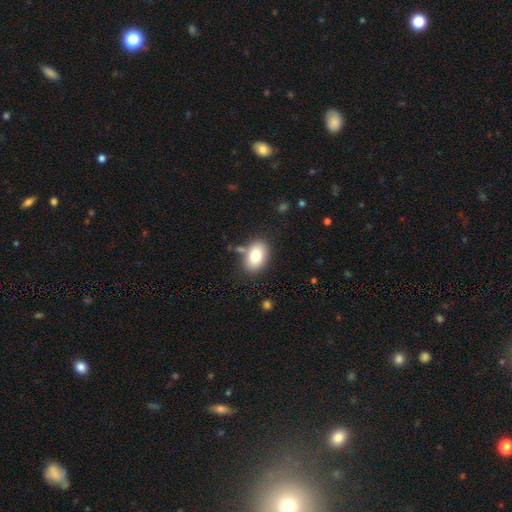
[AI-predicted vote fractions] Q: Smooth or featured?
A: smooth (79%); runner-up: featured or disk (13%)
Q: How rounded?
A: in between (87%); runner-up: round (12%)
Q: Merging?
A: none (77%); runner-up: minor disturbance (13%)